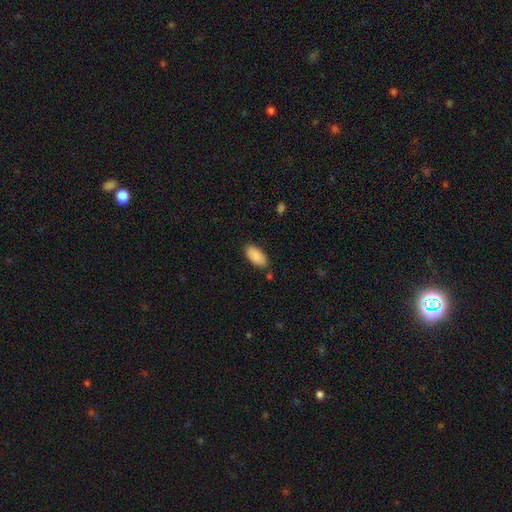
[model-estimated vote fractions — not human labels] smooth 88%, star or artifact 6%, featured or disk 6%. Down the decision tree: how rounded — in between (94%); merging — none (81%).